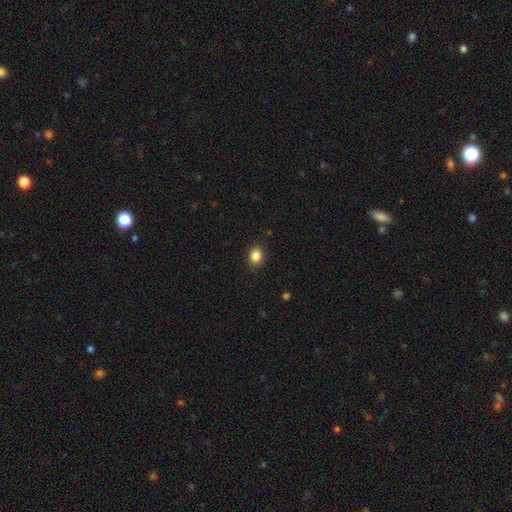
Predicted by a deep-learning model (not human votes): smooth_or_featured: smooth (p=0.86) [alt: star or artifact p=0.10]
how_rounded: in between (p=0.53) [alt: round p=0.46]
merging: none (p=0.90) [alt: minor disturbance p=0.07]